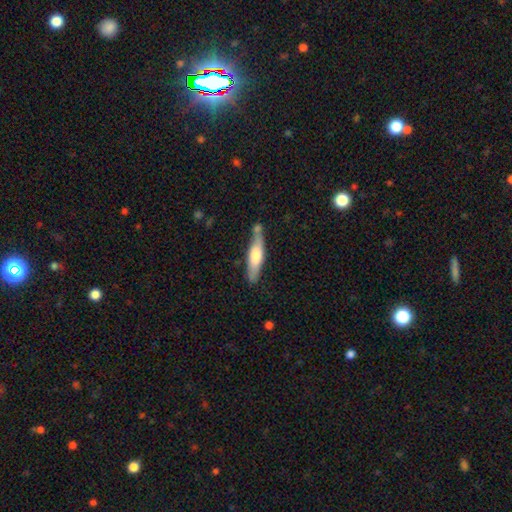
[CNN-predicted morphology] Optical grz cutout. It shows a smooth galaxy with no disk features (56%) that is cigar-shaped (79%). Merging: none (64%).